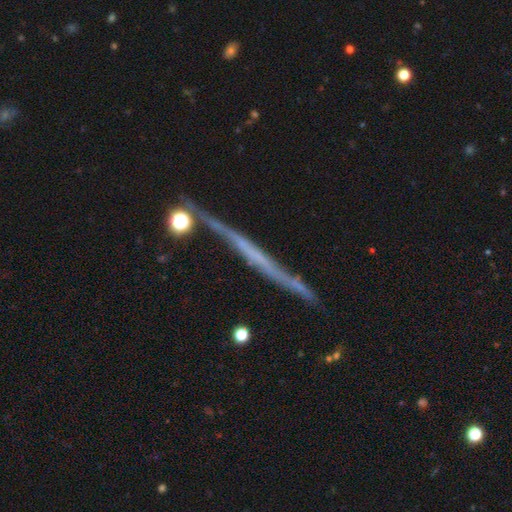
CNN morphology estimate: A featured or disk galaxy (67%) viewed edge-on (96%) with no central bulge (87%).

Vote fractions:
- Smooth or featured? featured or disk: 67% / smooth: 24% / star or artifact: 9%
- Edge-on disk? yes: 96% / no: 4%
- Edge-on bulge? none: 87% / rounded: 8% / boxy: 6%
- Merging? none: 82% / minor disturbance: 12% / merger: 3% / major disturbance: 3%